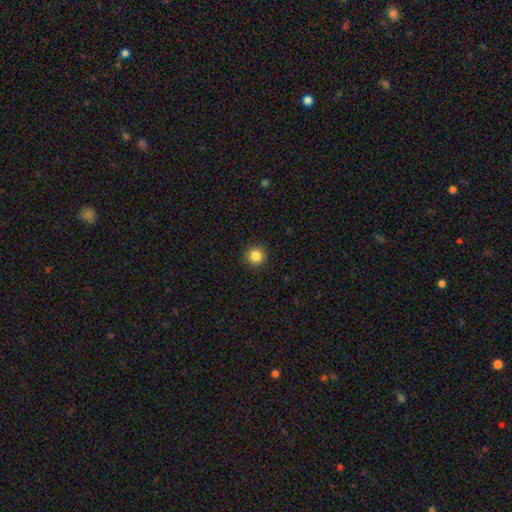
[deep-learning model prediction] This appears to be a smooth galaxy with no disk features (84%) that is round (95%). Merging: none (93%).